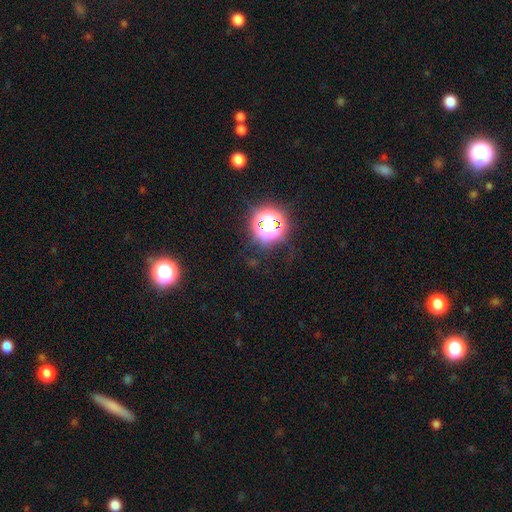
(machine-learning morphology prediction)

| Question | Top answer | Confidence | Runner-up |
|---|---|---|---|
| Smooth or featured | star or artifact | 77% | smooth (16%) |